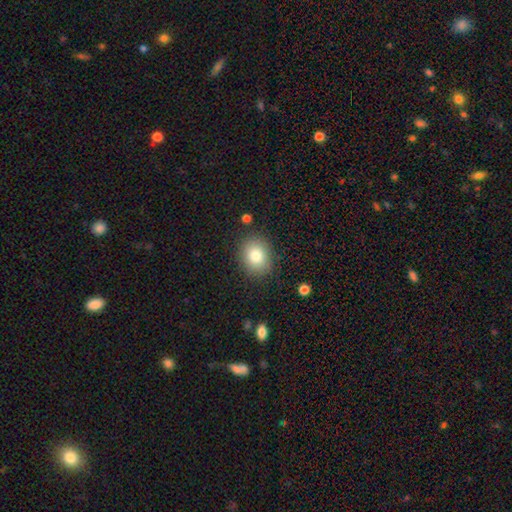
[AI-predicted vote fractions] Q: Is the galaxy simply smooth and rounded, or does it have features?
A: smooth — 81%.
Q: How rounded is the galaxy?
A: round — 56%.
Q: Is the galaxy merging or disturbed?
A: none — 85%.